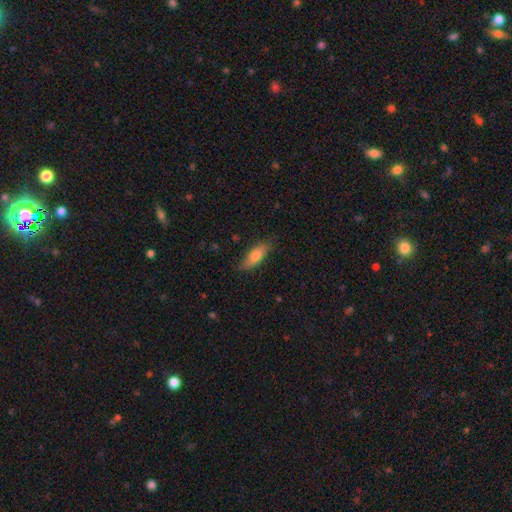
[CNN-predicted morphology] This appears to be a smooth galaxy with no disk features (74%) that is in between round and cigar-shaped (62%). Merging: none (79%).